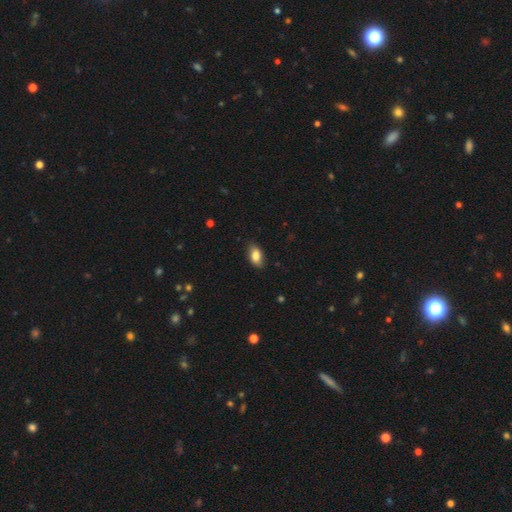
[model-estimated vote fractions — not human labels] A smooth galaxy with no disk features (82%) that is in between round and cigar-shaped (91%). Merging: none (83%).